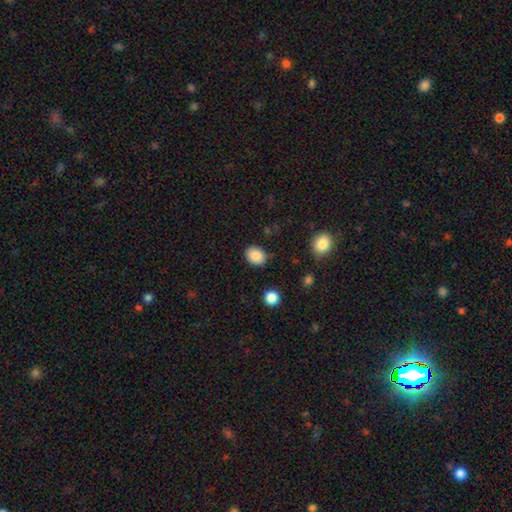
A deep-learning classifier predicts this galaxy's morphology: Overall: smooth (88%). How rounded: in between (55%; round 44%). Merging: none (85%).